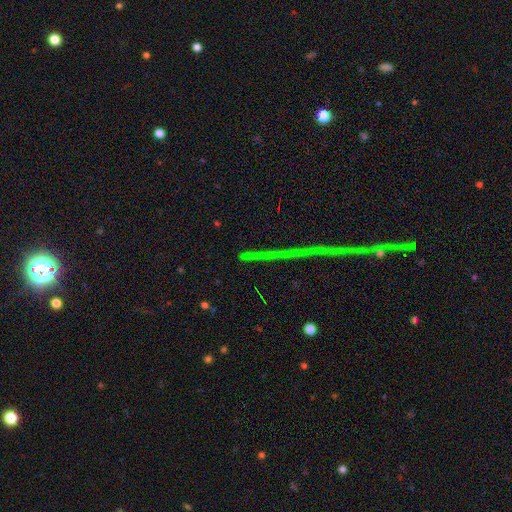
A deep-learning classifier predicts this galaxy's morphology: star or artifact 77%, featured or disk 13%, smooth 10%.